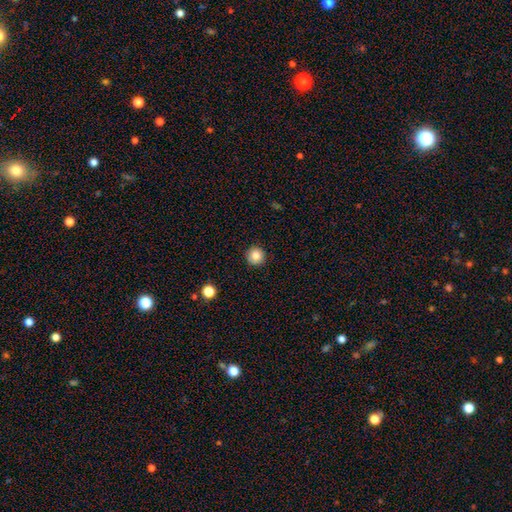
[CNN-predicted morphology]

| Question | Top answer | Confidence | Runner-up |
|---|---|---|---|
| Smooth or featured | smooth | 84% | star or artifact (10%) |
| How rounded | round | 96% | in between (3%) |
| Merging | none | 92% | minor disturbance (5%) |